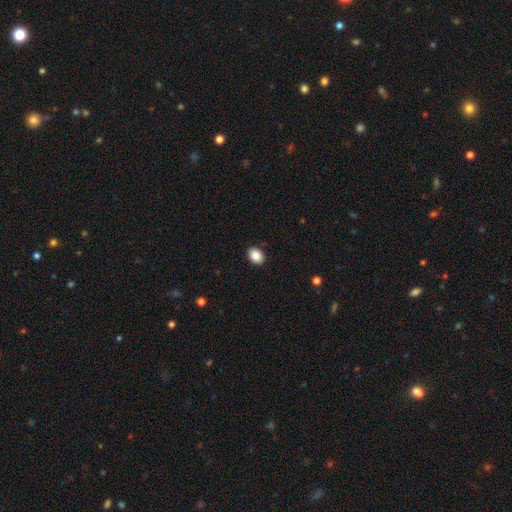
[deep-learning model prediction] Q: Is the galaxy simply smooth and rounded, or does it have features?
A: smooth — 88%.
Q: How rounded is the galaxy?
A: in between — 70%.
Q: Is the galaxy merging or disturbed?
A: none — 90%.